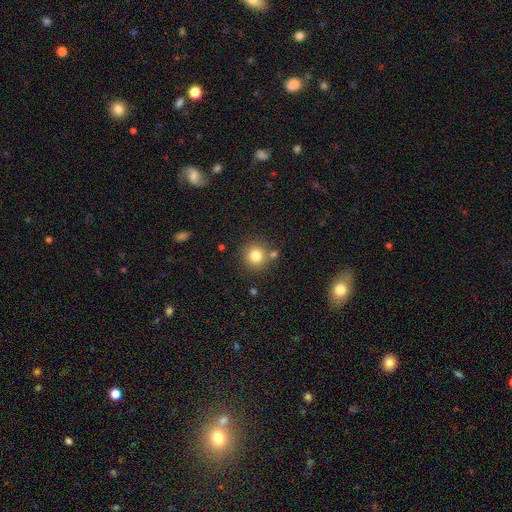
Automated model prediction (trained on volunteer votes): A smooth galaxy with no disk features (80%) that is round (93%).

Vote fractions:
- Smooth or featured? smooth: 80% / star or artifact: 12% / featured or disk: 8%
- How rounded? round: 93% / in between: 6% / cigar-shaped: 1%
- Merging? none: 77% / merger: 12% / minor disturbance: 9% / major disturbance: 3%